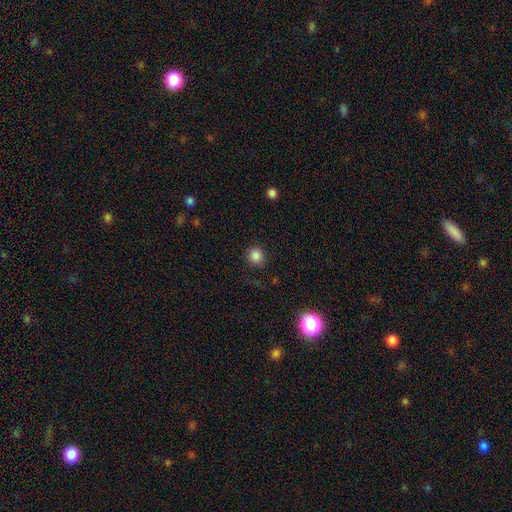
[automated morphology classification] smooth 85%, star or artifact 12%, featured or disk 4%. Down the decision tree: how rounded — round (90%); merging — none (88%).